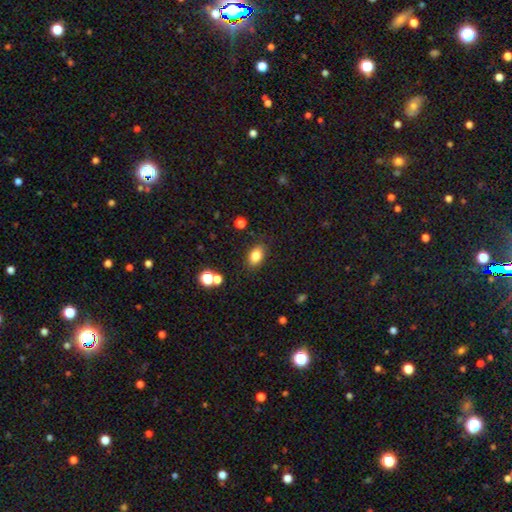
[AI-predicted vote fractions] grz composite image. It shows a smooth galaxy with no disk features (82%) that is in between round and cigar-shaped (84%). Merging: none (84%).